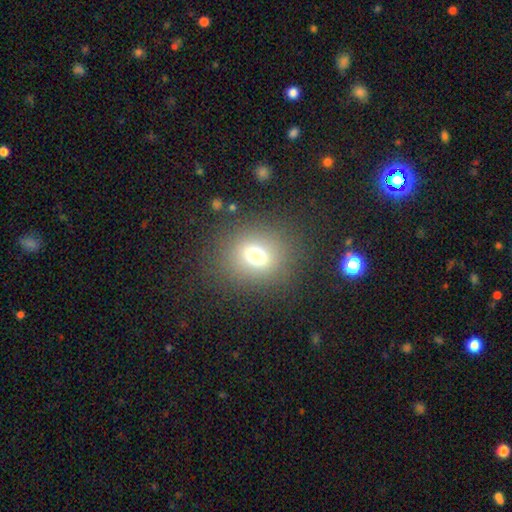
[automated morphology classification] Smooth or featured?
  - smooth: 71% *
  - star or artifact: 18%
  - featured or disk: 11%
How rounded?
  - round: 72% *
  - in between: 27%
  - cigar-shaped: 1%
Merging?
  - none: 83% *
  - minor disturbance: 9%
  - major disturbance: 6%
  - merger: 2%